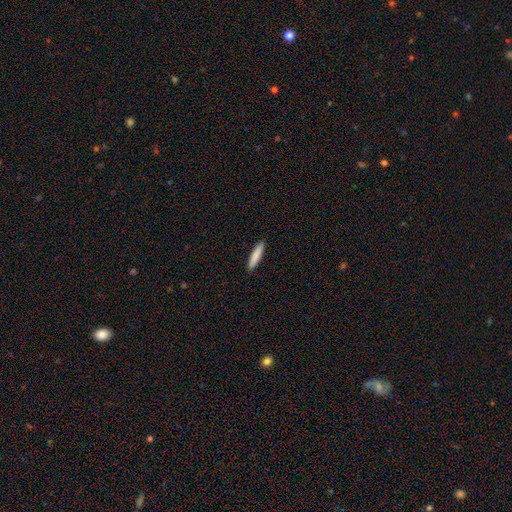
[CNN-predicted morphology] The model was most divided on "smooth or featured": smooth: 85%, featured or disk: 9%, star or artifact: 5%. More confident: merging — none (92%); how rounded — cigar-shaped (88%).